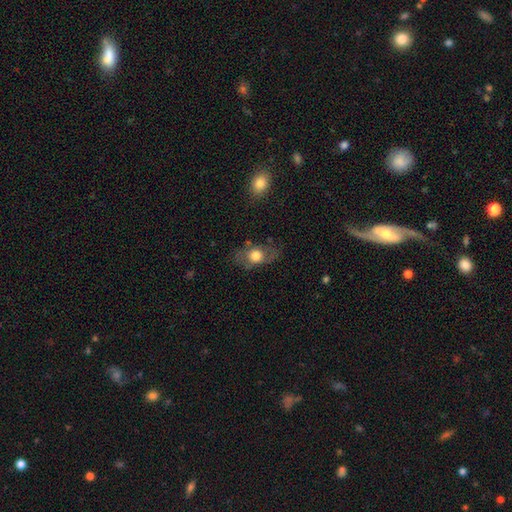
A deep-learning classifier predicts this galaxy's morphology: Smooth or featured? Predicted: smooth (p=0.60). How rounded? Predicted: in between (p=0.68). Merging? Predicted: none (p=0.72).